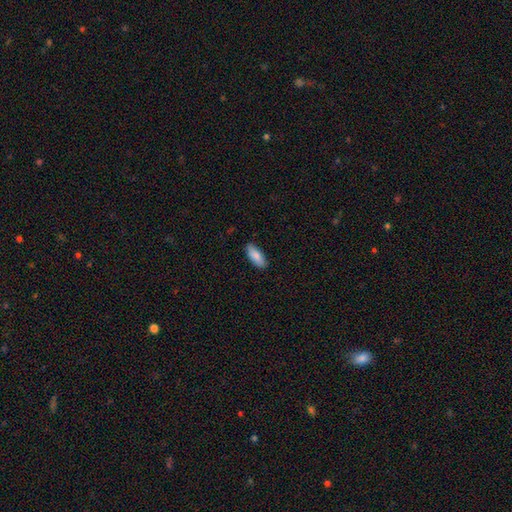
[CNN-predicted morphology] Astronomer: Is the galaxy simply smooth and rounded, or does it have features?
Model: smooth — 86%.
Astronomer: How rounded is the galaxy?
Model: in between — 79%.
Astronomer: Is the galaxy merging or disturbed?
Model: none — 86%.